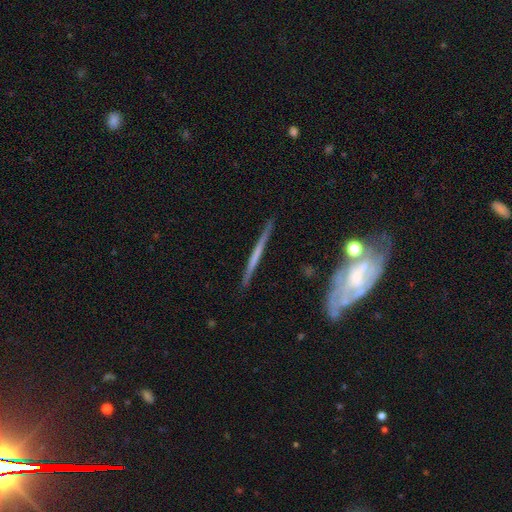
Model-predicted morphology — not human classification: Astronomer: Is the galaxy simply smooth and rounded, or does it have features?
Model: featured or disk — 65%.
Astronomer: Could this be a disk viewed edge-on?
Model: yes — 93%.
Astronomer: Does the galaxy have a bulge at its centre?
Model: none — 82%.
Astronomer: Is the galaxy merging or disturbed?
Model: none — 85%.